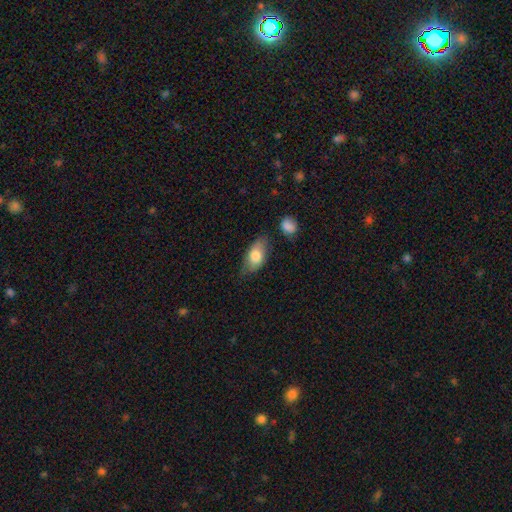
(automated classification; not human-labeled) Smooth or featured?
  - smooth: 75% *
  - featured or disk: 18%
  - star or artifact: 6%
How rounded?
  - in between: 88% *
  - cigar-shaped: 6%
  - round: 6%
Merging?
  - none: 66% *
  - minor disturbance: 23%
  - major disturbance: 6%
  - merger: 5%